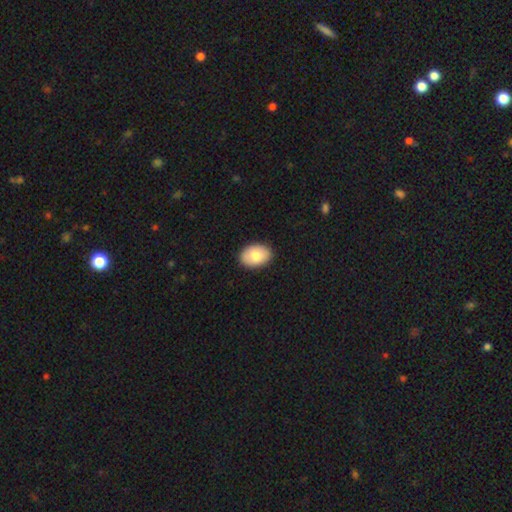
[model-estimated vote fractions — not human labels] smooth-or-featured: smooth: 78% | featured or disk: 15% | star or artifact: 6%
  how-rounded: in between: 82% | round: 17% | cigar-shaped: 1%
  merging: none: 89% | minor disturbance: 8% | major disturbance: 2% | merger: 1%